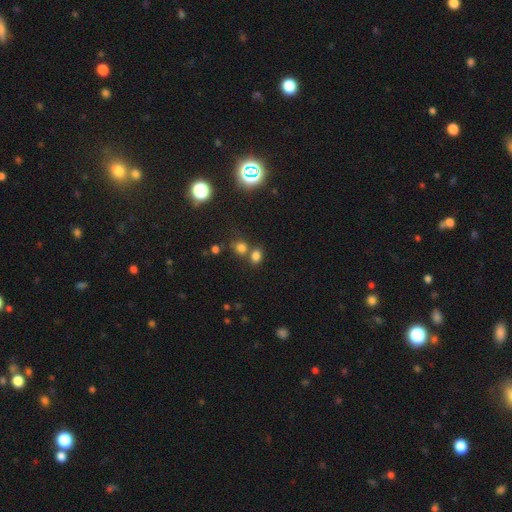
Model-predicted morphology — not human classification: This is likely a smooth galaxy (75%). How rounded: possibly in between (53%). Merging: possibly none (54%).